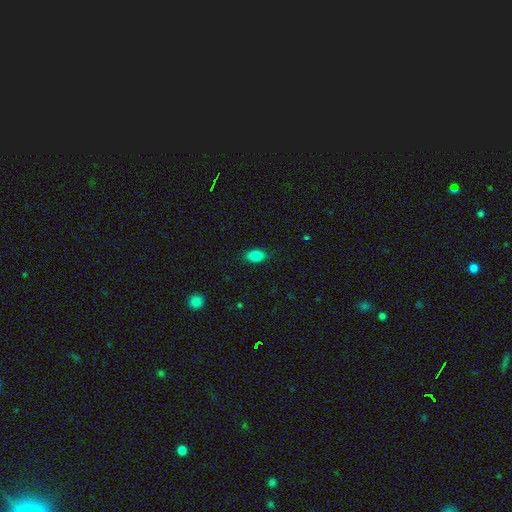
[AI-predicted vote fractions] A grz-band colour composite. It shows a smooth galaxy with no disk features (85%) that is in between round and cigar-shaped (89%). Merging: none (86%).